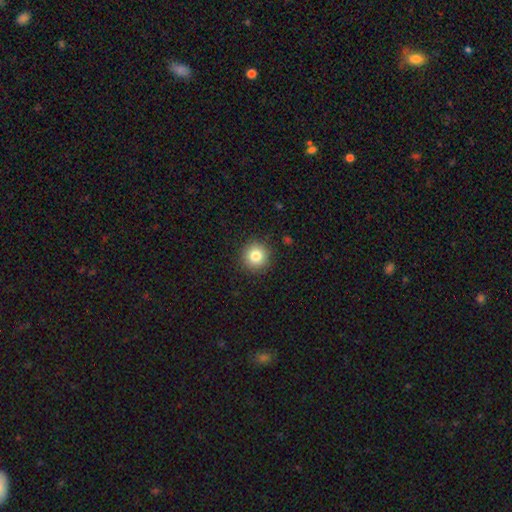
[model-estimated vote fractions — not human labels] Smooth or featured?
  - smooth: 82% *
  - star or artifact: 11%
  - featured or disk: 7%
How rounded?
  - round: 94% *
  - in between: 5%
  - cigar-shaped: 1%
Merging?
  - none: 91% *
  - minor disturbance: 6%
  - major disturbance: 2%
  - merger: 1%